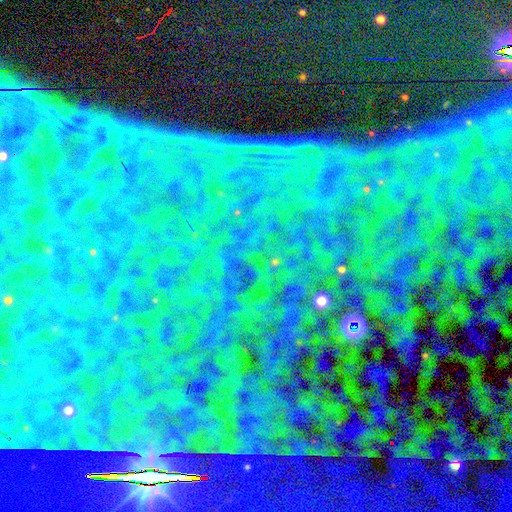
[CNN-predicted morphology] A star or artifact, not a galaxy (86%).